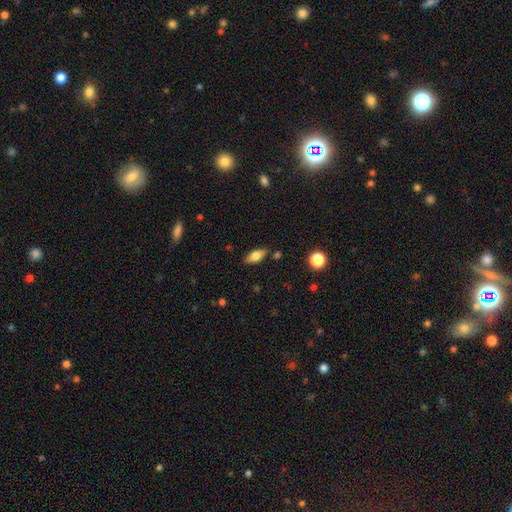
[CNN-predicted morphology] smooth-or-featured: smooth: 69% | featured or disk: 23% | star or artifact: 8%
  how-rounded: in between: 81% | cigar-shaped: 15% | round: 3%
  merging: none: 83% | minor disturbance: 12% | merger: 3% | major disturbance: 2%